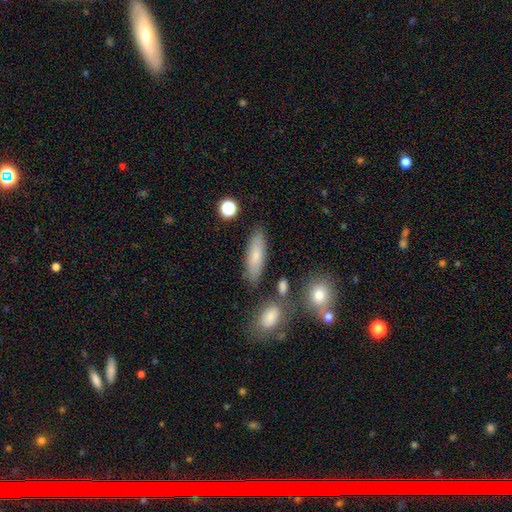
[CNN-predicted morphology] Smooth or featured? smooth (74%)
How rounded? in between (52%)
Merging? none (81%)